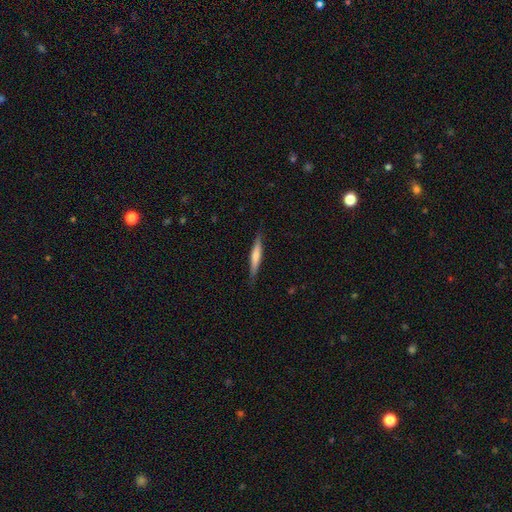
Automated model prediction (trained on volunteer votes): smooth 57%, featured or disk 38%, star or artifact 5%. Down the decision tree: how rounded — cigar-shaped (92%); merging — none (86%).